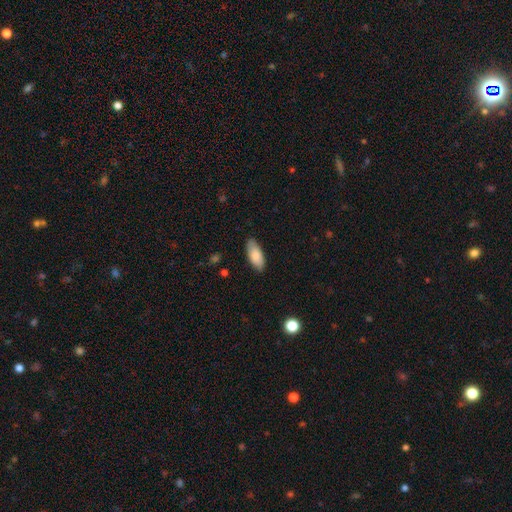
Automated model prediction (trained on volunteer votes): Overall: smooth (82%). How rounded: in between (87%). Merging: none (83%).